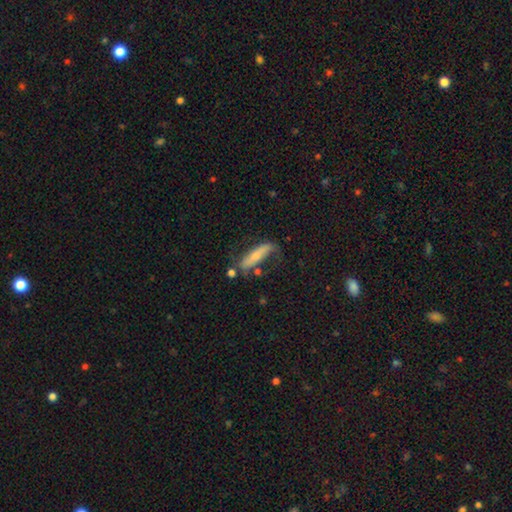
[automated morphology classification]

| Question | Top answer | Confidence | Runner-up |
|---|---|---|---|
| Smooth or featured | smooth | 48% | featured or disk (45%) |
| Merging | none | 50% | minor disturbance (24%) |